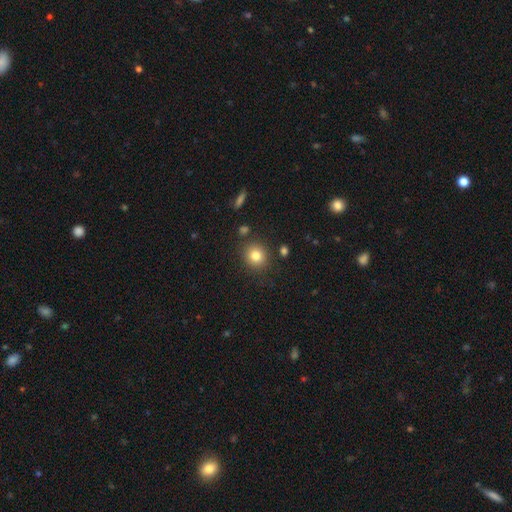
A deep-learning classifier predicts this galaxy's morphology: Q: Smooth or featured?
A: smooth (81%); runner-up: star or artifact (11%)
Q: How rounded?
A: round (85%); runner-up: in between (14%)
Q: Merging?
A: none (85%); runner-up: minor disturbance (8%)